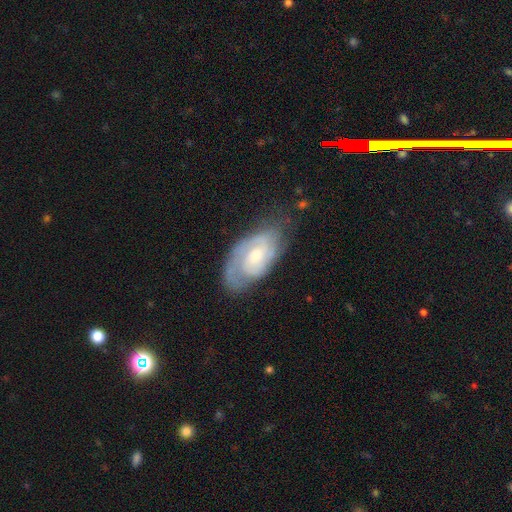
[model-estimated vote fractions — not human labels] Smooth or featured? Predicted: featured or disk (p=0.80). Edge-on disk? Predicted: no (p=0.96). Bar? Predicted: no (p=0.58). Spiral arms? Predicted: yes (p=0.93). Spiral winding? Predicted: tight (p=0.57). Spiral arm count? Predicted: 2 (p=0.55). Bulge size? Predicted: moderate (p=0.49). Merging? Predicted: none (p=0.65).